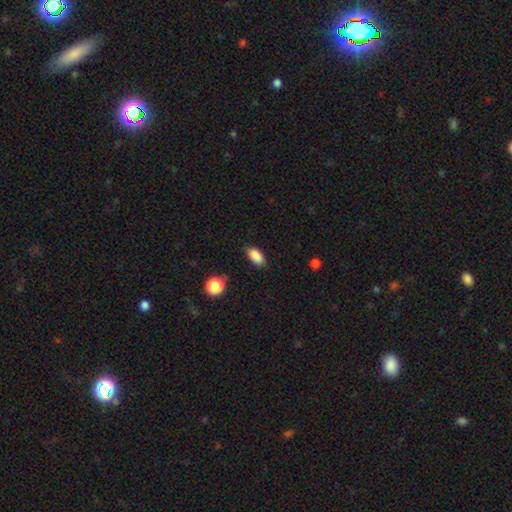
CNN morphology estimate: Smooth or featured? Predicted: smooth (p=0.88). How rounded? Predicted: in between (p=0.90). Merging? Predicted: none (p=0.83).